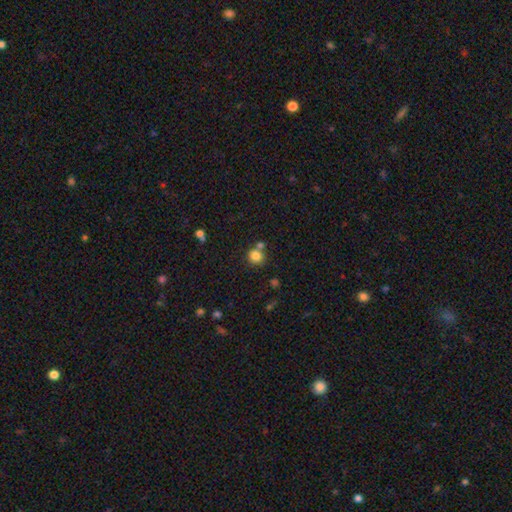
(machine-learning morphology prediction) Smooth or featured? smooth (82%)
How rounded? round (87%)
Merging? none (66%)